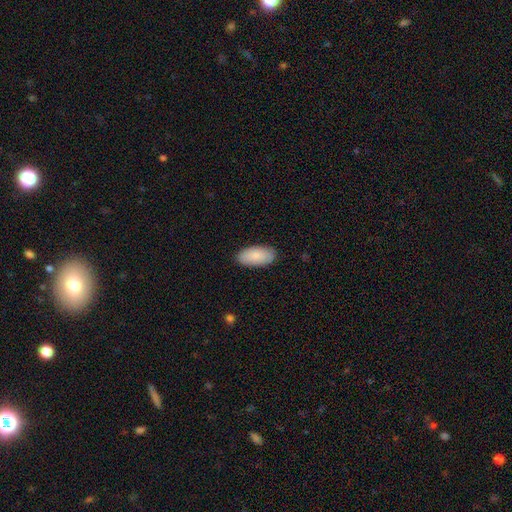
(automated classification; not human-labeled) smooth-or-featured: smooth: 86% | featured or disk: 9% | star or artifact: 6%
  how-rounded: in between: 94% | cigar-shaped: 4% | round: 2%
  merging: none: 86% | minor disturbance: 11% | major disturbance: 2% | merger: 1%